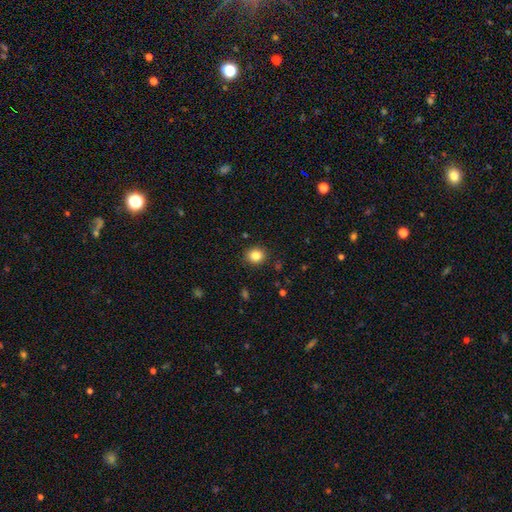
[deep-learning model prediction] Overall: smooth (84%). How rounded: round (81%). Merging: none (90%).